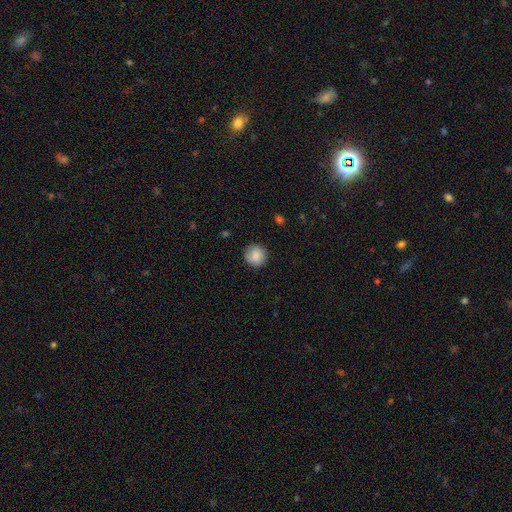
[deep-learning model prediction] This appears to be a smooth galaxy with no disk features (84%) that is round (93%). Merging: none (85%).